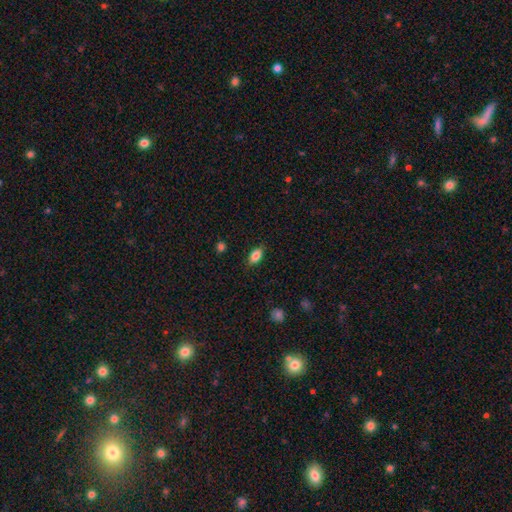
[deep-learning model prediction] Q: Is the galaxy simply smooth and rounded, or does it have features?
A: smooth — 83%.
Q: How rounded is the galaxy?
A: in between — 88%.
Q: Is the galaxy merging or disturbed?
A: none — 85%.